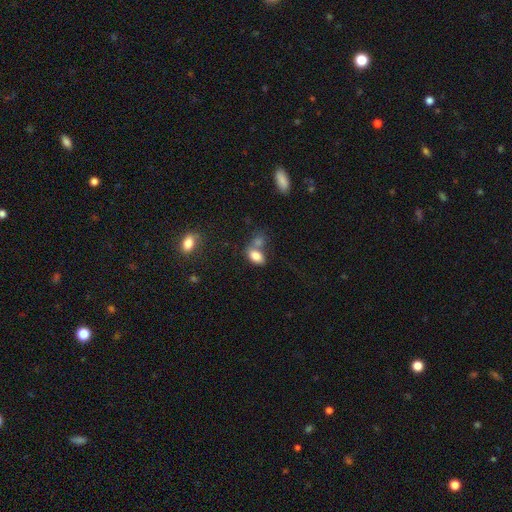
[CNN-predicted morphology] Smooth or featured? smooth (83%)
How rounded? in between (90%)
Merging? none (45%)